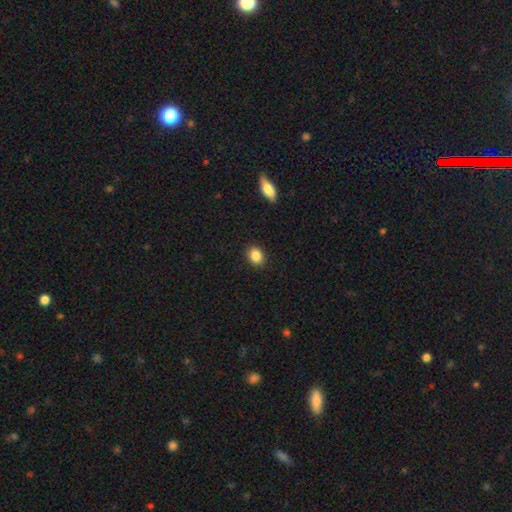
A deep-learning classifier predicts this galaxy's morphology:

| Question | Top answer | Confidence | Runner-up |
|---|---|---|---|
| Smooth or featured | smooth | 86% | star or artifact (9%) |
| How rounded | in between | 55% | round (43%) |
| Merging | none | 90% | minor disturbance (7%) |